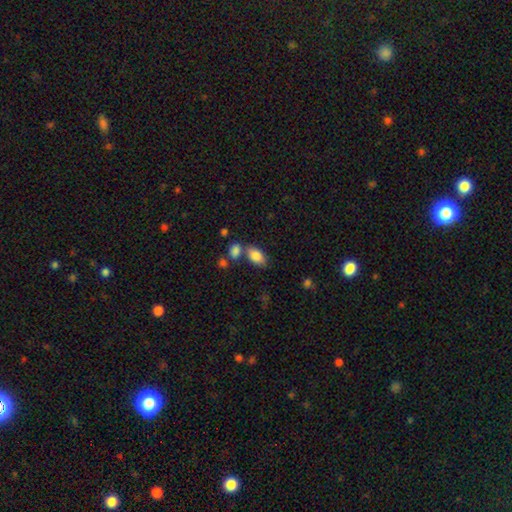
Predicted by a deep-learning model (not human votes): The model was most divided on "merging": none: 63%, merger: 21%, minor disturbance: 13%, major disturbance: 4%. More confident: how rounded — in between (91%); smooth or featured — smooth (85%).